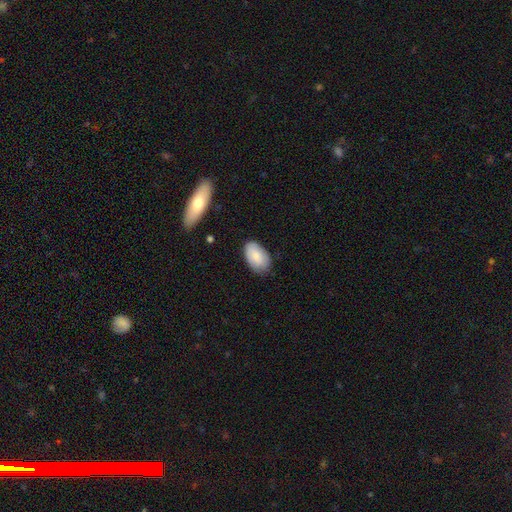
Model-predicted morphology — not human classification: smooth-or-featured: smooth: 82% | featured or disk: 12% | star or artifact: 6%
  how-rounded: in between: 94% | round: 4% | cigar-shaped: 1%
  merging: none: 77% | minor disturbance: 18% | major disturbance: 3% | merger: 1%